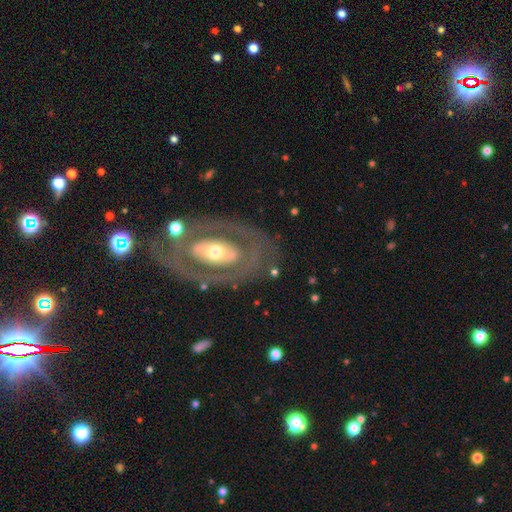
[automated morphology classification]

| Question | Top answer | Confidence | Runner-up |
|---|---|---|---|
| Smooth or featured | featured or disk | 78% | smooth (15%) |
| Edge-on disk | no | 92% | yes (8%) |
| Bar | no | 59% | weak (23%) |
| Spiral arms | yes | 52% | no (48%) |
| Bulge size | moderate | 53% | small (36%) |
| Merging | none | 72% | minor disturbance (15%) |